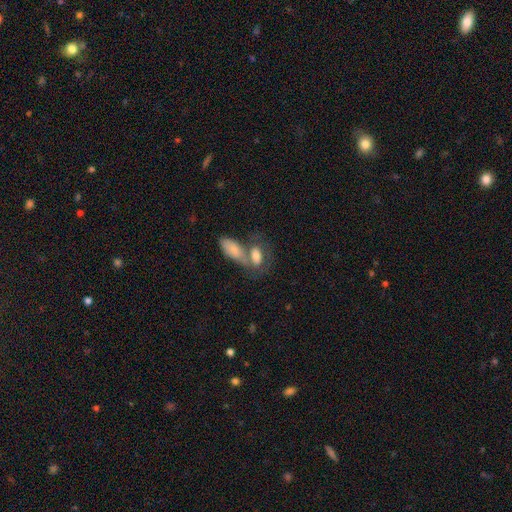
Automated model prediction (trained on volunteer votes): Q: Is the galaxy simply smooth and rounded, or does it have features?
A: smooth — 72%.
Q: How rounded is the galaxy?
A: in between — 87%.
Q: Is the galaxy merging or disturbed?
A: merger — 52%.